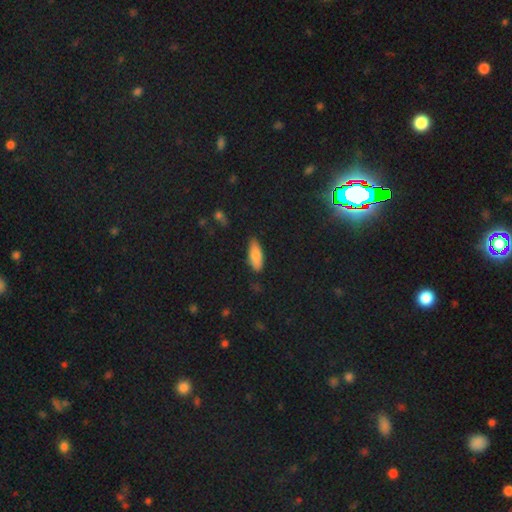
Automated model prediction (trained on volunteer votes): smooth 81%, featured or disk 11%, star or artifact 8%. Down the decision tree: how rounded — in between (78%); merging — none (82%).